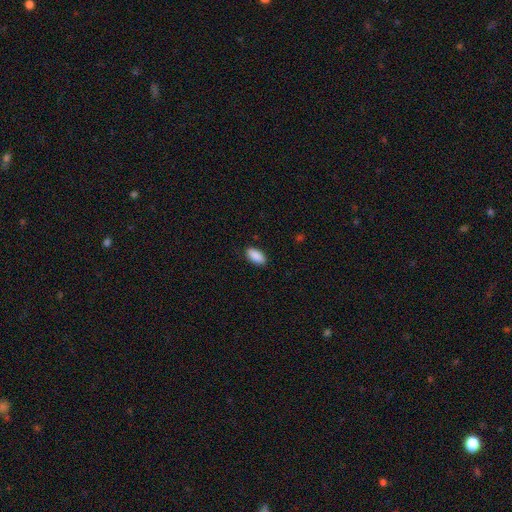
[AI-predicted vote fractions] Overall: smooth (91%). How rounded: in between (94%). Merging: none (87%).